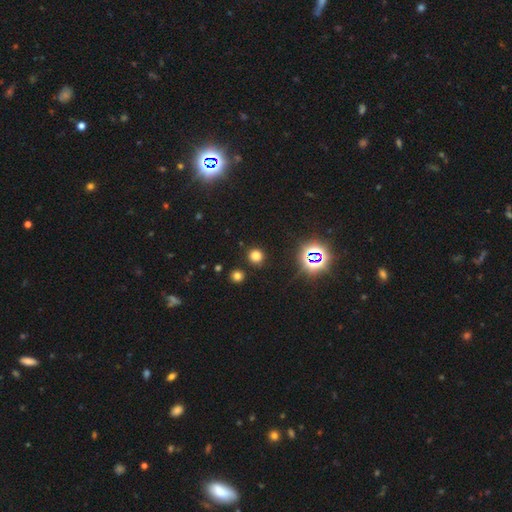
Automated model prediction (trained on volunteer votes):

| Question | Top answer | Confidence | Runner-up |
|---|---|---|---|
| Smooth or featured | smooth | 71% | star or artifact (24%) |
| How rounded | round | 92% | in between (7%) |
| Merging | none | 88% | minor disturbance (6%) |